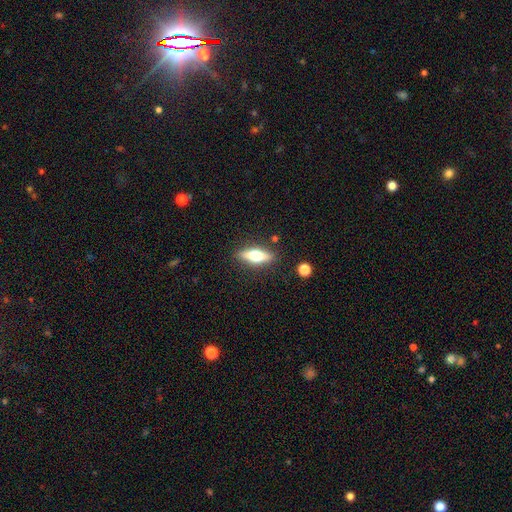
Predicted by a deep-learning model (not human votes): Smooth or featured? featured or disk (48%)
Merging? none (87%)